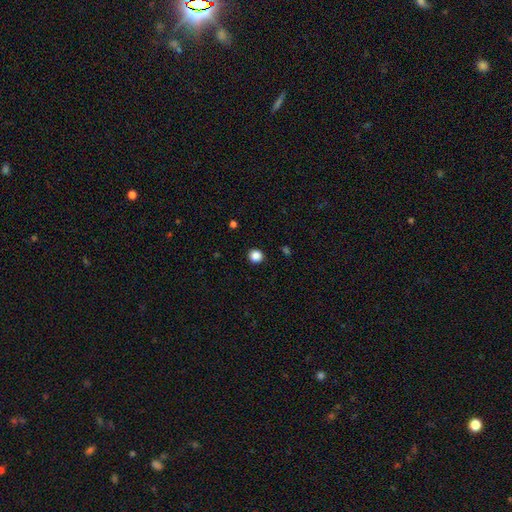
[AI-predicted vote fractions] A smooth galaxy with no disk features (87%) that is round (95%).

Vote fractions:
- Smooth or featured? smooth: 87% / star or artifact: 11% / featured or disk: 3%
- How rounded? round: 95% / in between: 4% / cigar-shaped: 1%
- Merging? none: 93% / minor disturbance: 4% / major disturbance: 2% / merger: 1%